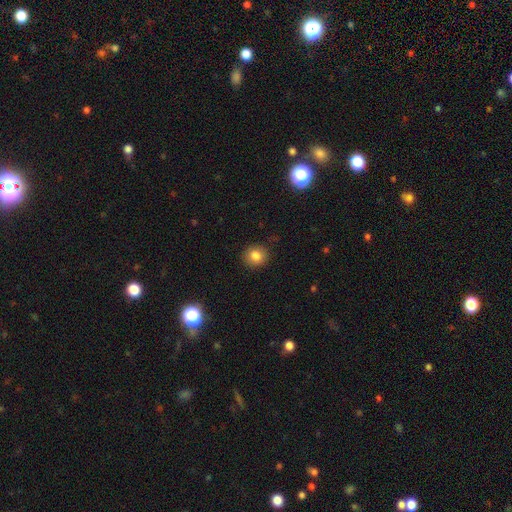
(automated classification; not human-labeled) Smooth or featured: smooth — 83% (star or artifact — 11%)
How rounded: round — 85% (in between — 14%)
Merging: none — 89% (minor disturbance — 8%)